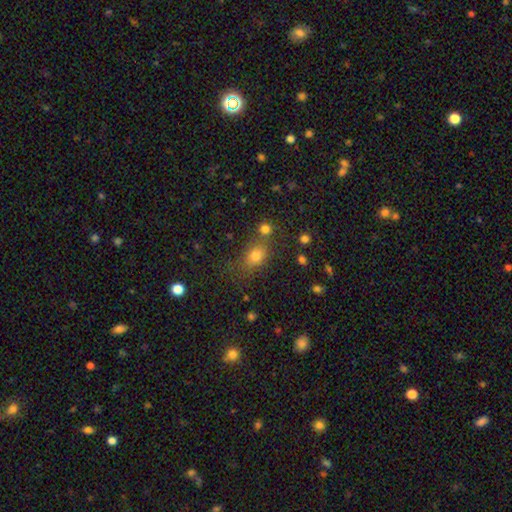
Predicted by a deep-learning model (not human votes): Q: Smooth or featured?
A: smooth (74%); runner-up: star or artifact (17%)
Q: How rounded?
A: in between (51%); runner-up: round (47%)
Q: Merging?
A: none (61%); runner-up: merger (17%)